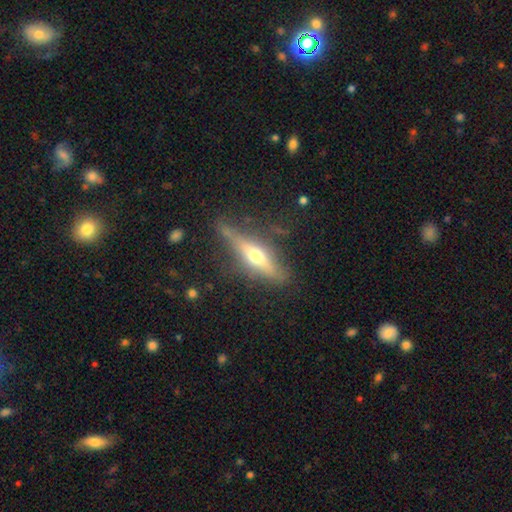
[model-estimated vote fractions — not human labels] Smooth or featured? Predicted: featured or disk (p=0.64). Edge-on disk? Predicted: yes (p=0.92). Edge-on bulge? Predicted: rounded (p=0.91). Merging? Predicted: none (p=0.74).